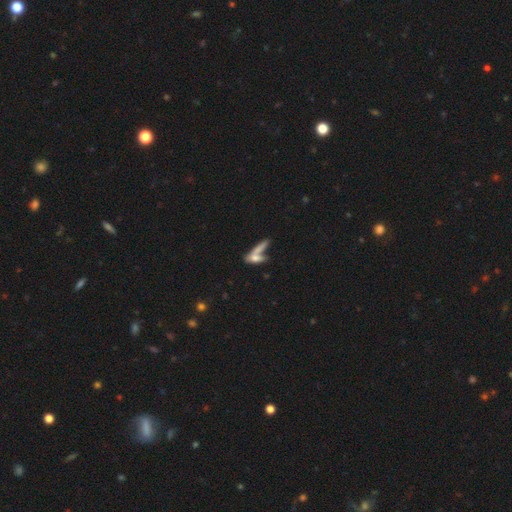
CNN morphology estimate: type=smooth (59%); roundness=cigar-shaped (54%); merging=merger (47%).